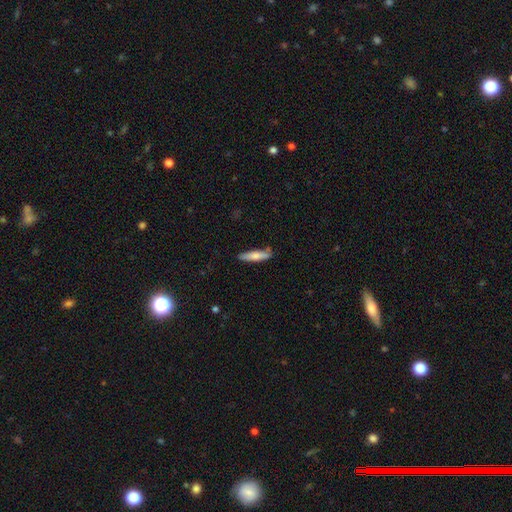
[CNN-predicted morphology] type=smooth (71%); roundness=cigar-shaped (80%); merging=none (76%).